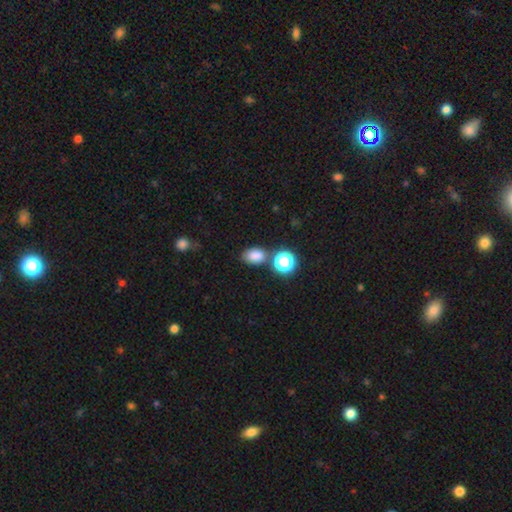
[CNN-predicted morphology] Smooth or featured: smooth — 80% (star or artifact — 14%)
How rounded: in between — 75% (round — 24%)
Merging: none — 66% (merger — 15%)